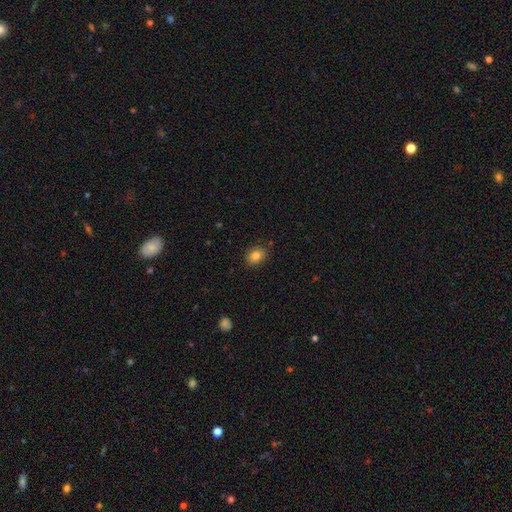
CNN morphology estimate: smooth 84%, star or artifact 9%, featured or disk 6%. Down the decision tree: how rounded — in between (62%); merging — none (88%).